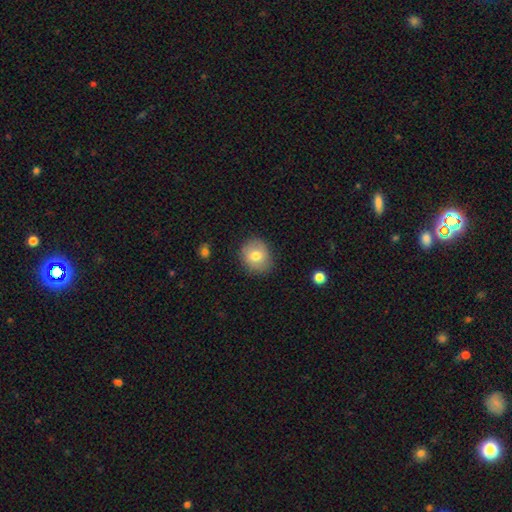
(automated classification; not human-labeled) Morphology: type=smooth (75%); roundness=round (72%); merging=none (81%).